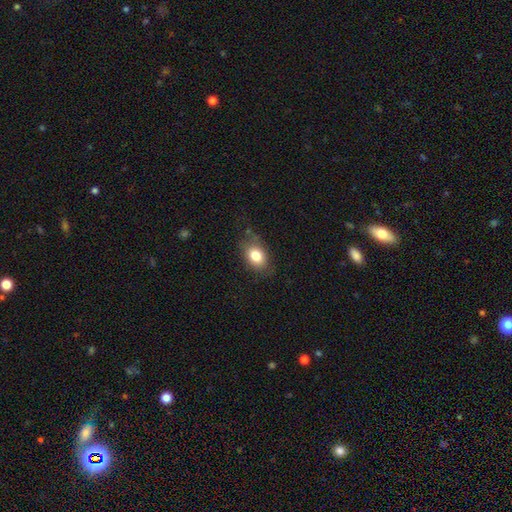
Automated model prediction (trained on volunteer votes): The model was most divided on "how rounded": in between: 75%, round: 24%, cigar-shaped: 1%. More confident: smooth or featured — smooth (80%); merging — none (73%).